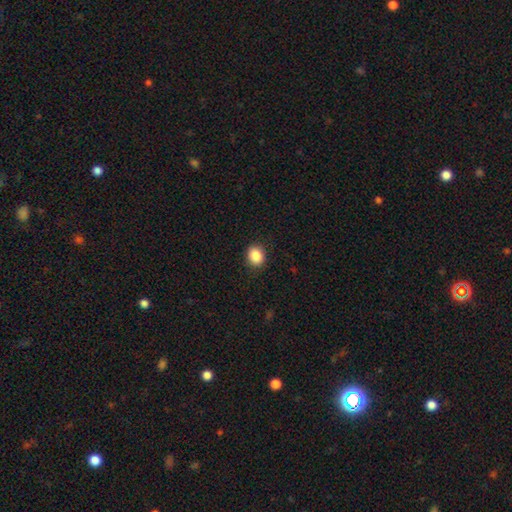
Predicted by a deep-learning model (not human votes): This appears to be a smooth galaxy with no disk features (87%) that is round (59%). Merging: none (89%).